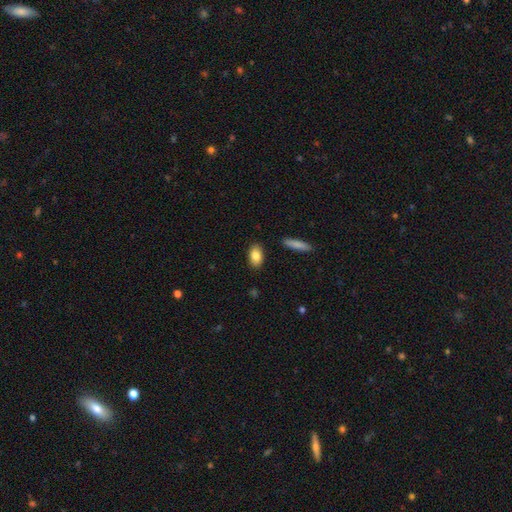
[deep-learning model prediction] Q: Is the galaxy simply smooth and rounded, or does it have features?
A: smooth — 84%.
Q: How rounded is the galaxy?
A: in between — 90%.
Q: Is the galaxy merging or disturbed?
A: none — 88%.